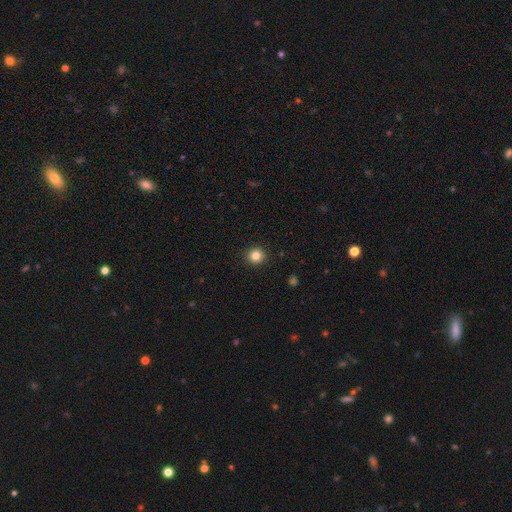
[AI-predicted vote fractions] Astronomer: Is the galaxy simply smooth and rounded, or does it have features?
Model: smooth — 83%.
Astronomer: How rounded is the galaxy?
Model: round — 93%.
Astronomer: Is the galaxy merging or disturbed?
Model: none — 93%.